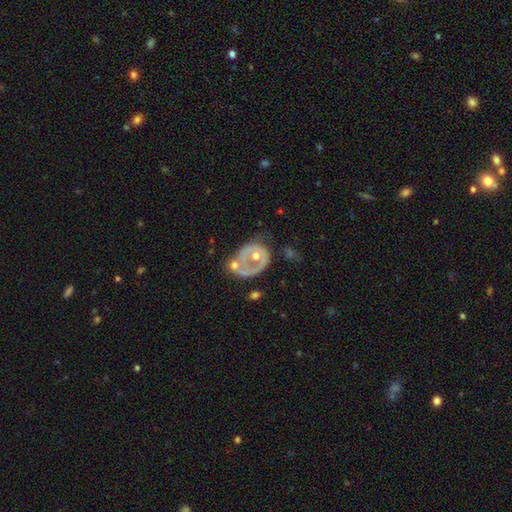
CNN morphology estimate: Q: Smooth or featured?
A: featured or disk (66%); runner-up: smooth (27%)
Q: Edge-on disk?
A: no (97%); runner-up: yes (3%)
Q: Bar?
A: no (87%); runner-up: weak (10%)
Q: Spiral arms?
A: no (72%); runner-up: yes (28%)
Q: Bulge size?
A: moderate (59%); runner-up: small (32%)
Q: Merging?
A: none (31%); runner-up: merger (28%)